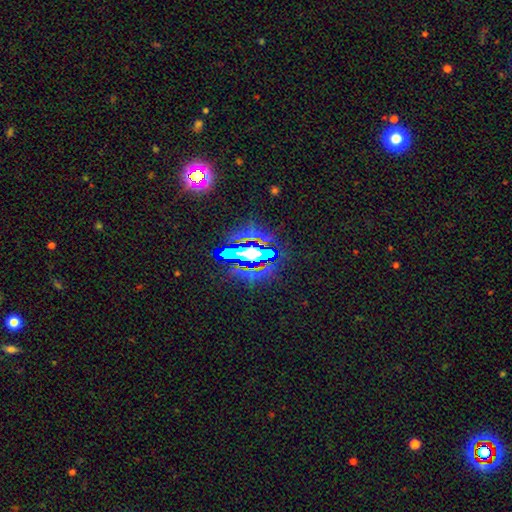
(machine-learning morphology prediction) This is likely a star or artifact rather than a galaxy (66%).